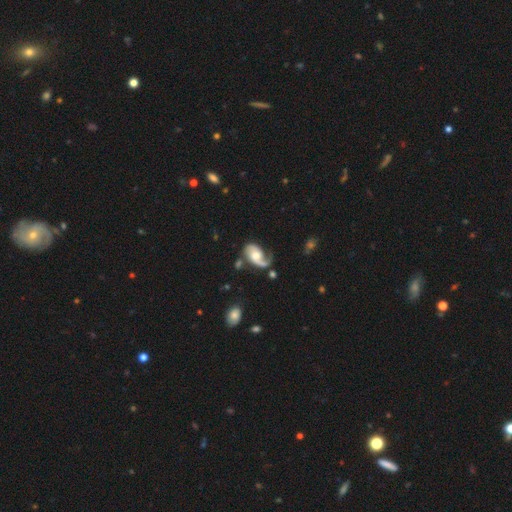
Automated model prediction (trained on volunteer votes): Smooth or featured? featured or disk (82%)
Edge-on disk? no (97%)
Bar? no (62%)
Spiral arms? yes (95%)
Spiral winding? loose (44%)
Spiral arm count? 2 (49%)
Bulge size? moderate (60%)
Merging? none (46%)